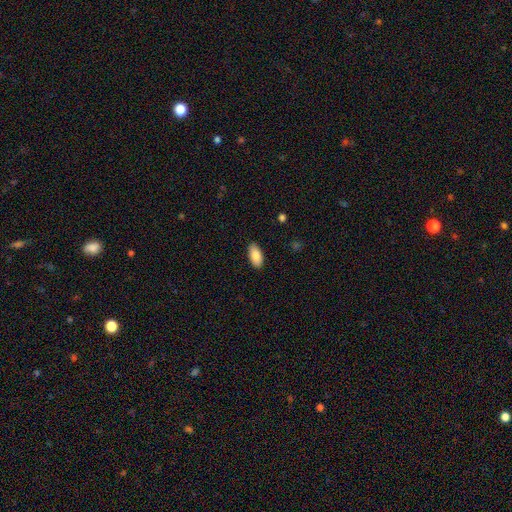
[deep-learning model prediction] A smooth galaxy with no disk features (87%) that is in between round and cigar-shaped (92%).

Vote fractions:
- Smooth or featured? smooth: 87% / featured or disk: 7% / star or artifact: 6%
- How rounded? in between: 92% / cigar-shaped: 6% / round: 2%
- Merging? none: 88% / minor disturbance: 9% / major disturbance: 2% / merger: 1%